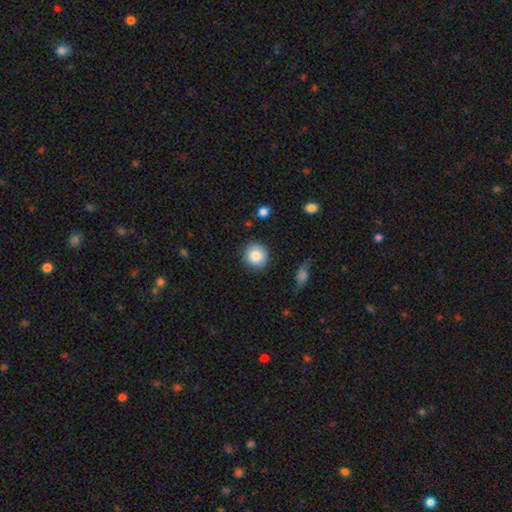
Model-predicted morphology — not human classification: Overall: smooth (86%). How rounded: round (91%). Merging: none (87%).